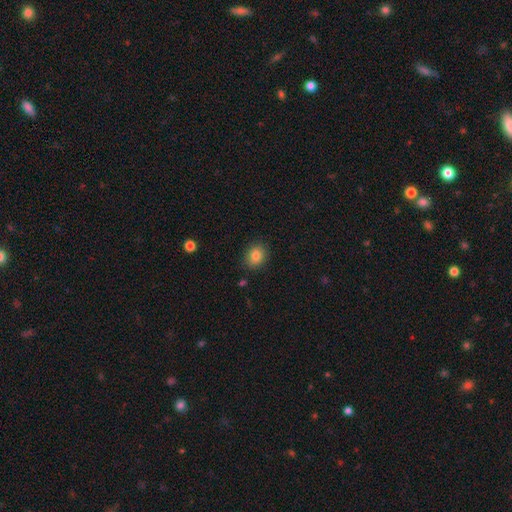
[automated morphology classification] Smooth or featured? Predicted: smooth (p=0.83). How rounded? Predicted: round (p=0.58). Merging? Predicted: none (p=0.86).